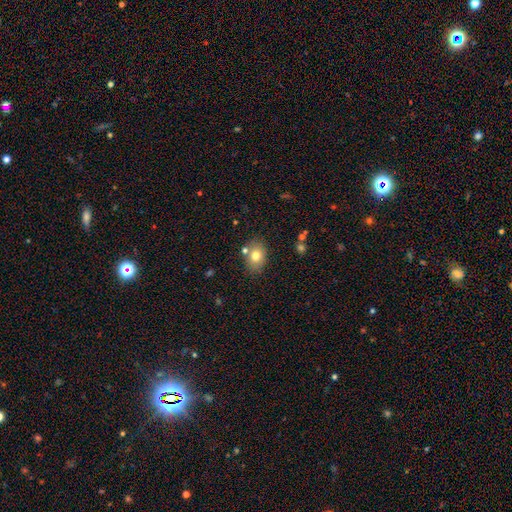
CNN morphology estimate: smooth 76%, featured or disk 14%, star or artifact 10%. Down the decision tree: how rounded — in between (69%); merging — none (75%).